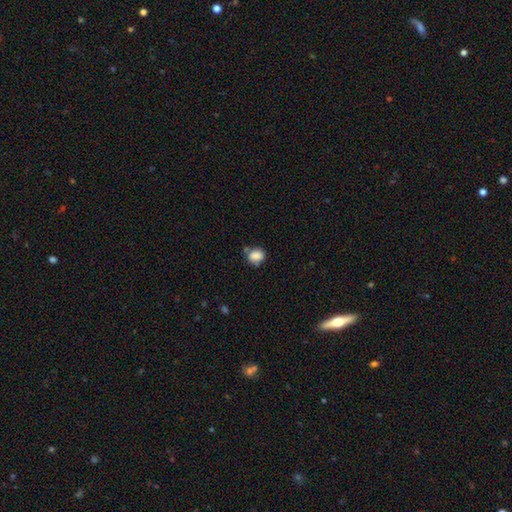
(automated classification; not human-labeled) smooth 83%, star or artifact 10%, featured or disk 7%. Down the decision tree: how rounded — round (59%); merging — none (57%).